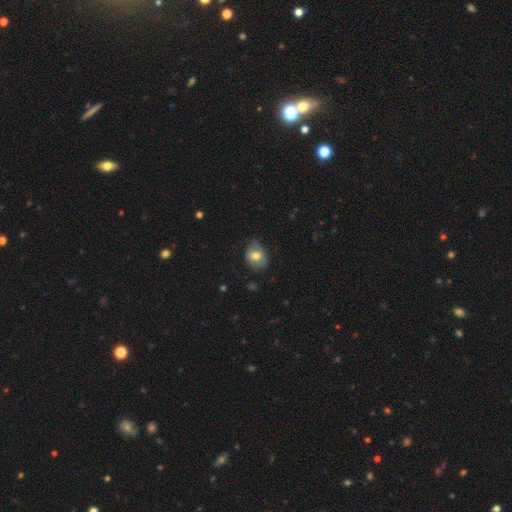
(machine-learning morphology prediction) This is likely a smooth galaxy (67%). How rounded: possibly in between (57%). Merging: possibly none (55%).